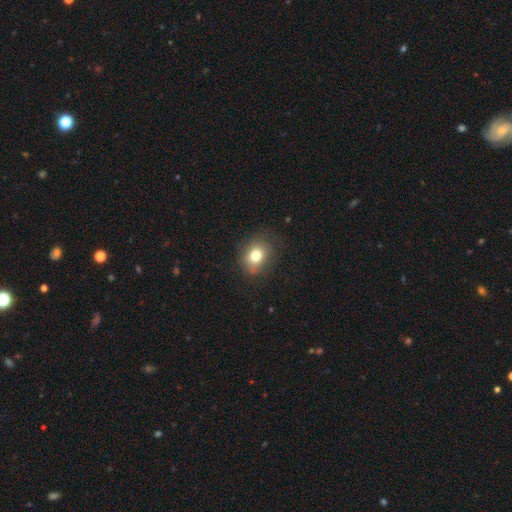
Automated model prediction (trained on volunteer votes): Overall: smooth (77%). How rounded: round (51%; in between 48%). Merging: none (74%).